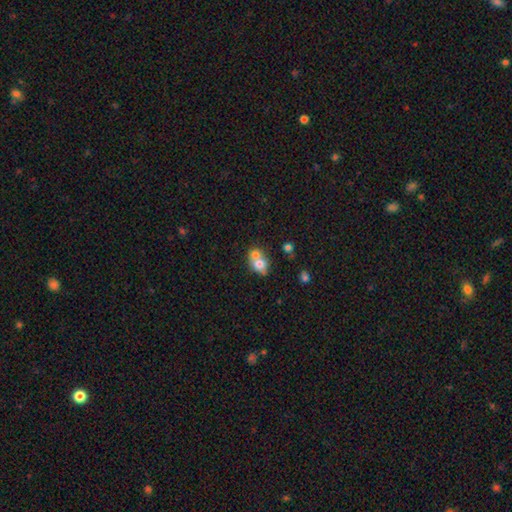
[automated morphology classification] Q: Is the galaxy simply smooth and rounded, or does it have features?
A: smooth — 69%.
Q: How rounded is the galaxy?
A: round — 56%.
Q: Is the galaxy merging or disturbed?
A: merger — 64%.